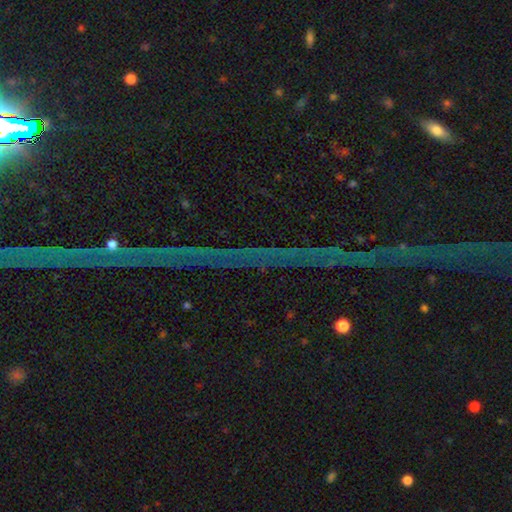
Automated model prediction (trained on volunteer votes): Smooth or featured?
  - star or artifact: 83% *
  - featured or disk: 9%
  - smooth: 8%